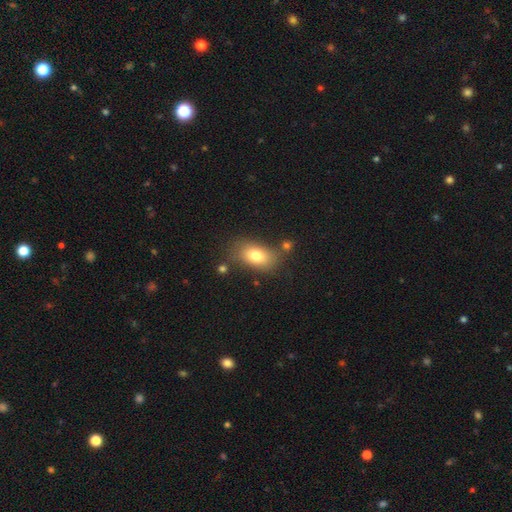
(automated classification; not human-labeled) Morphology: type=smooth (78%); roundness=in between (87%); merging=none (72%).